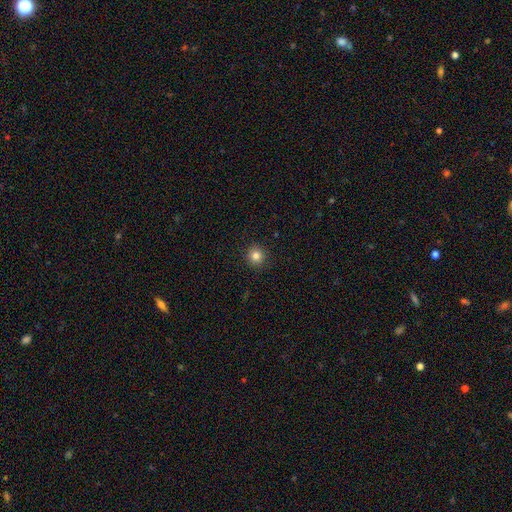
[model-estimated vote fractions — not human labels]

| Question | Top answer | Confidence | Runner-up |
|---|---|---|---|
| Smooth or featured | smooth | 82% | star or artifact (12%) |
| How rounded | round | 93% | in between (6%) |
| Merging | none | 92% | minor disturbance (5%) |